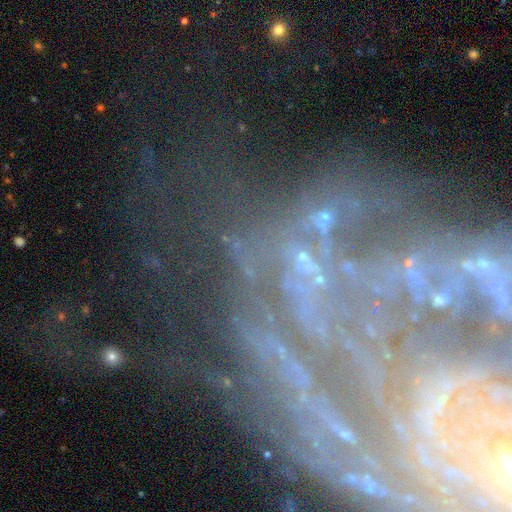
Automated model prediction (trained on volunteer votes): Smooth or featured: featured or disk — 64% (star or artifact — 26%)
Edge-on disk: no — 95% (yes — 5%)
Bar: no — 53% (weak — 25%)
Spiral arms: yes — 81% (no — 19%)
Bulge size: small — 54% (none — 23%)
Merging: none — 57% (major disturbance — 19%)